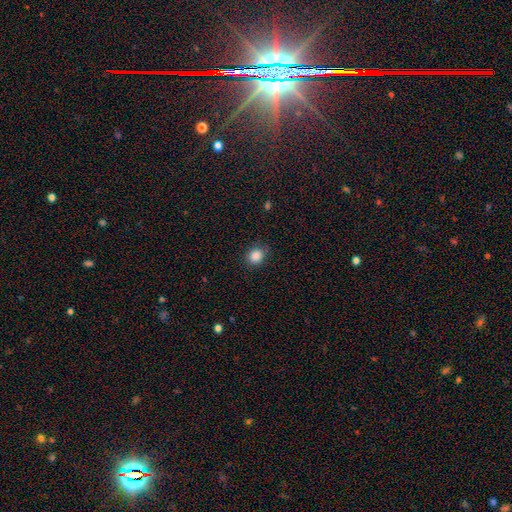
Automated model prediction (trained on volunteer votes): This is clearly a smooth galaxy (87%). How rounded: likely round (73%). Merging: clearly none (83%).